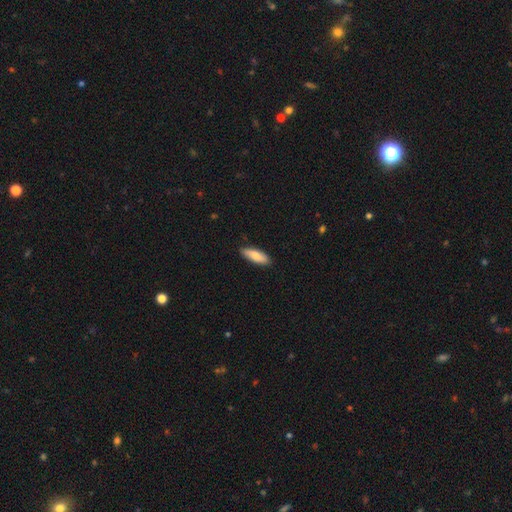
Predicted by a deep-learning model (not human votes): smooth 80%, featured or disk 15%, star or artifact 5%. Down the decision tree: how rounded — in between (59%); merging — none (88%).